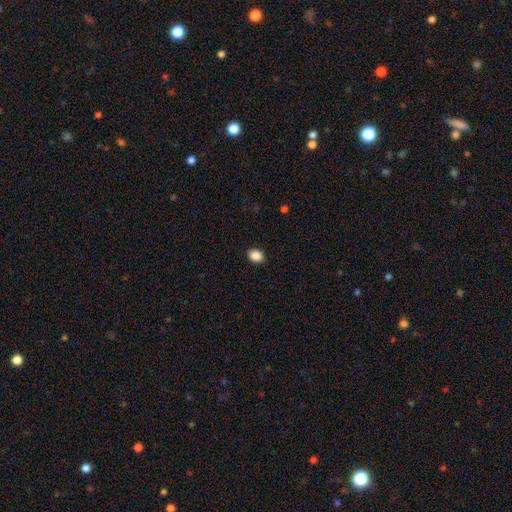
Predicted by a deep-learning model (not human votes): Overall: smooth (88%). How rounded: in between (60%; round 39%). Merging: none (90%).